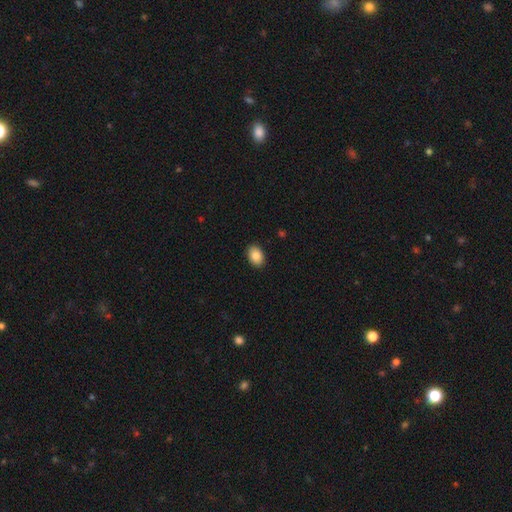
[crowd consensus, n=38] Volunteers were most divided on "smooth or featured": smooth: 89%, featured or disk: 5%, star or artifact: 5%. More confident: how rounded — in between (97%); merging — none (94%).